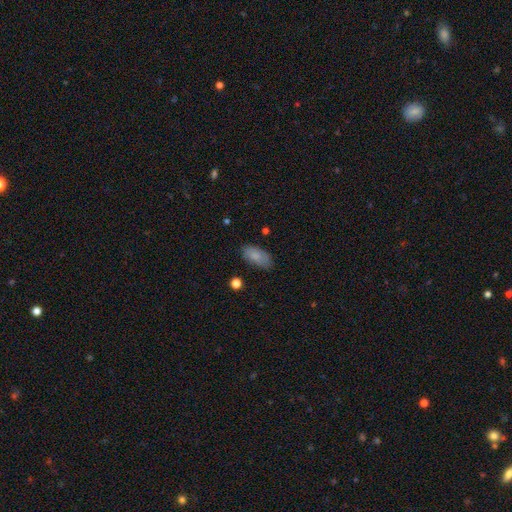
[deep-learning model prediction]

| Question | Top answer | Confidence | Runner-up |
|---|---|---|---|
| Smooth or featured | smooth | 82% | featured or disk (11%) |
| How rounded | in between | 91% | cigar-shaped (6%) |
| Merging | none | 79% | minor disturbance (16%) |